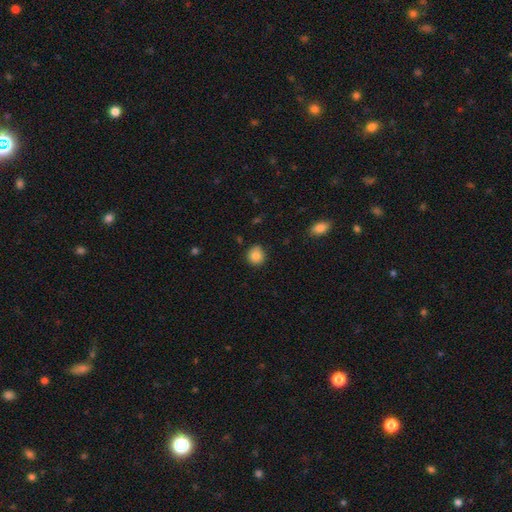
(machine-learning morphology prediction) Smooth or featured?
  - smooth: 84% *
  - star or artifact: 10%
  - featured or disk: 6%
How rounded?
  - round: 90% *
  - in between: 9%
  - cigar-shaped: 1%
Merging?
  - none: 86% *
  - minor disturbance: 11%
  - major disturbance: 2%
  - merger: 1%